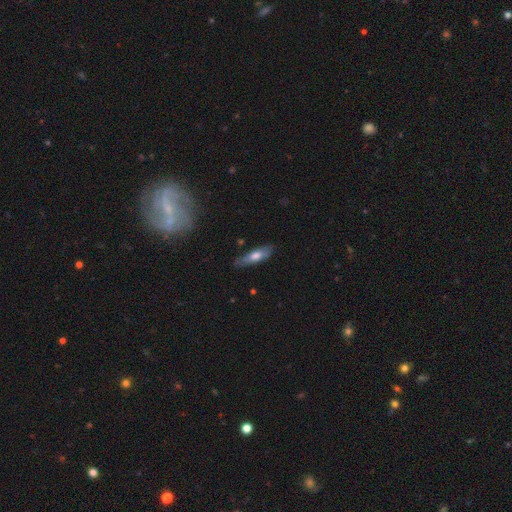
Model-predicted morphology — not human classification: smooth_or_featured: smooth (p=0.56) [alt: featured or disk p=0.37]
how_rounded: cigar-shaped (p=0.54) [alt: in between p=0.44]
merging: none (p=0.77) [alt: minor disturbance p=0.18]